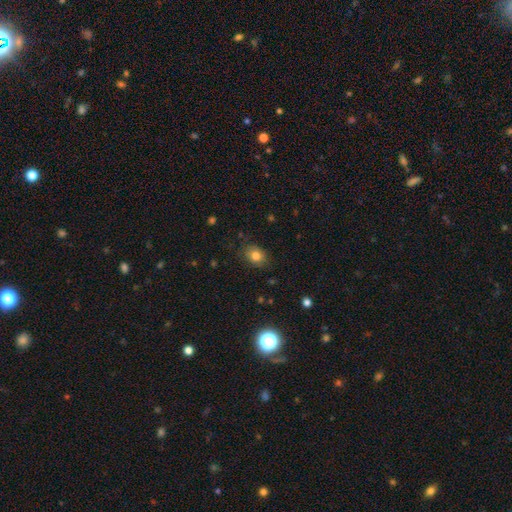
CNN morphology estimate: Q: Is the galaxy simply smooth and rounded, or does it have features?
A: smooth — 80%.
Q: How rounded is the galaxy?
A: in between — 56%.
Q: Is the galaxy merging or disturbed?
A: none — 80%.